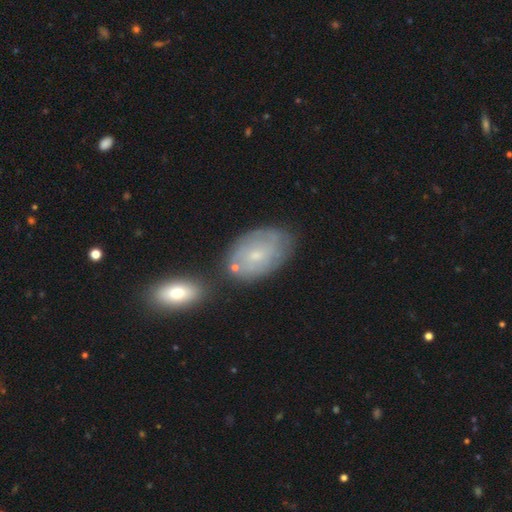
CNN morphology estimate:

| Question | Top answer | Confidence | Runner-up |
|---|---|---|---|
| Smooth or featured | featured or disk | 54% | smooth (37%) |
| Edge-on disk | no | 94% | yes (6%) |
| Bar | no | 77% | weak (20%) |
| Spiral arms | yes | 69% | no (31%) |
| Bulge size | small | 77% | moderate (19%) |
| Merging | none | 63% | minor disturbance (19%) |